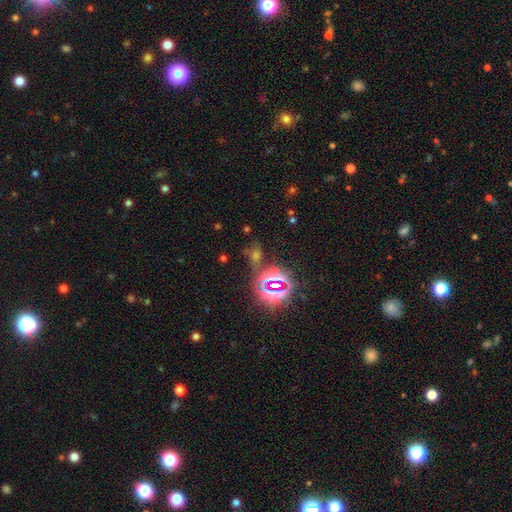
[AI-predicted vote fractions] Smooth or featured: star or artifact — 64% (smooth — 24%)